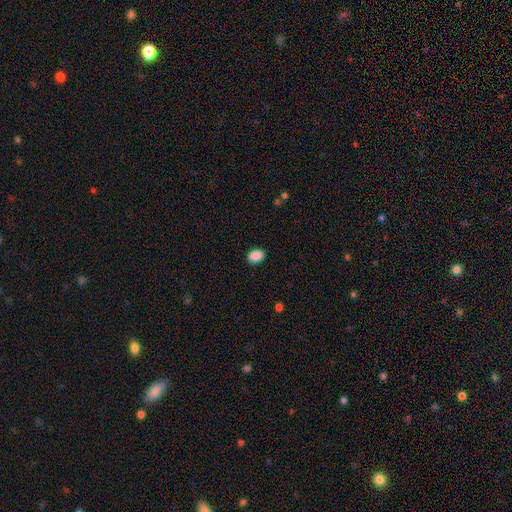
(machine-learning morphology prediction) Smooth or featured?
  - smooth: 89% *
  - star or artifact: 8%
  - featured or disk: 3%
How rounded?
  - in between: 68% *
  - round: 31%
  - cigar-shaped: 1%
Merging?
  - none: 89% *
  - minor disturbance: 8%
  - major disturbance: 2%
  - merger: 1%